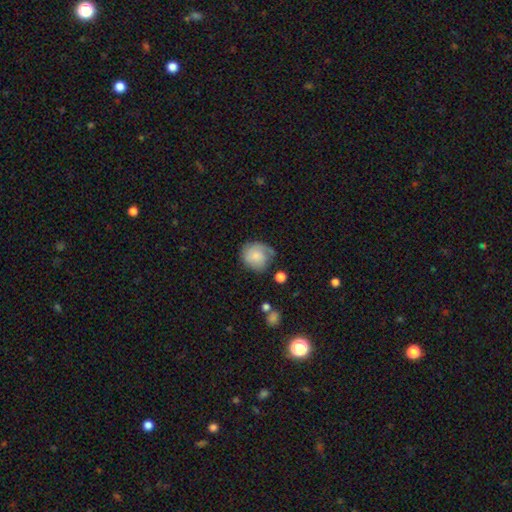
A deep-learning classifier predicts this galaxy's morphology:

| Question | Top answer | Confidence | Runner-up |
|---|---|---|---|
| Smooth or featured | smooth | 65% | featured or disk (28%) |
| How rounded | round | 80% | in between (19%) |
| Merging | none | 52% | minor disturbance (31%) |